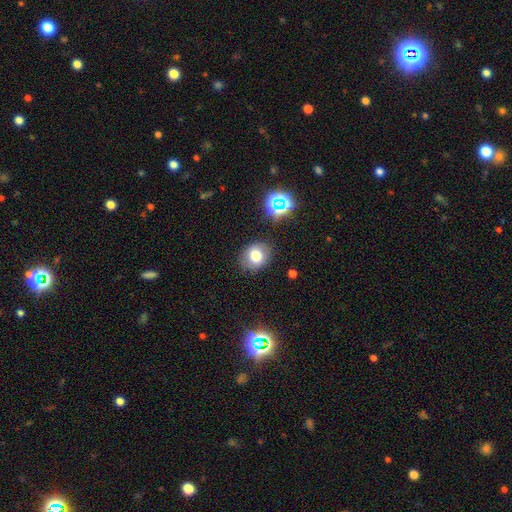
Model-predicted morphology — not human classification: smooth 74%, star or artifact 14%, featured or disk 12%. Down the decision tree: how rounded — round (57%); merging — none (83%).